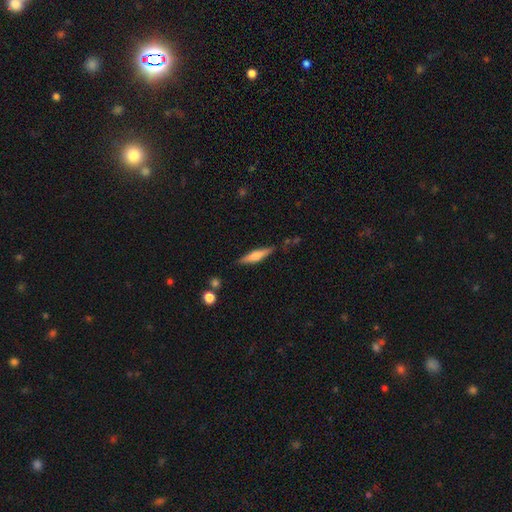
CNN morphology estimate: smooth-or-featured: smooth: 51% | featured or disk: 42% | star or artifact: 6%
  how-rounded: cigar-shaped: 80% | in between: 18% | round: 2%
  merging: none: 81% | minor disturbance: 13% | major disturbance: 3% | merger: 3%